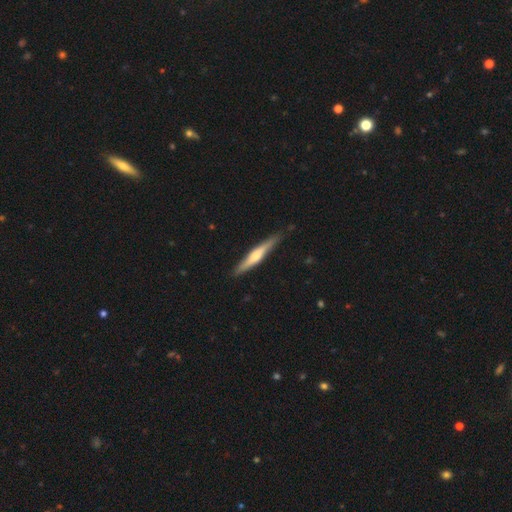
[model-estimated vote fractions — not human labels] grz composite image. It shows a featured or disk galaxy (56%) viewed edge-on (96%) with a rounded central bulge (82%). Merging: none (86%).